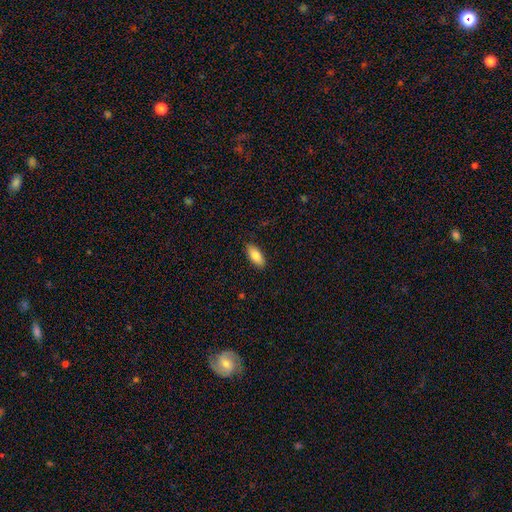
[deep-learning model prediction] Smooth or featured? Predicted: smooth (p=0.80). How rounded? Predicted: in between (p=0.85). Merging? Predicted: none (p=0.88).